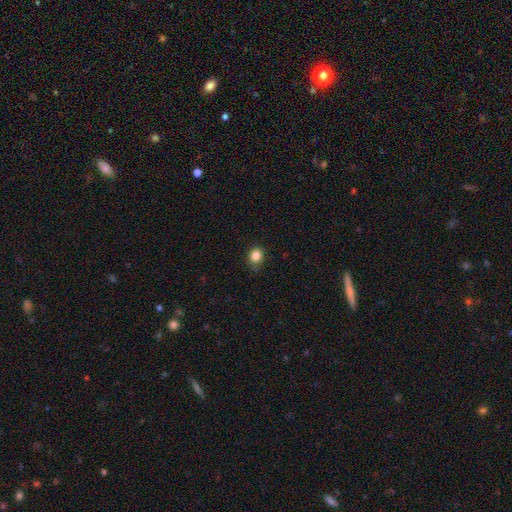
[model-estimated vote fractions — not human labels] Smooth or featured? smooth (84%)
How rounded? round (73%)
Merging? none (80%)